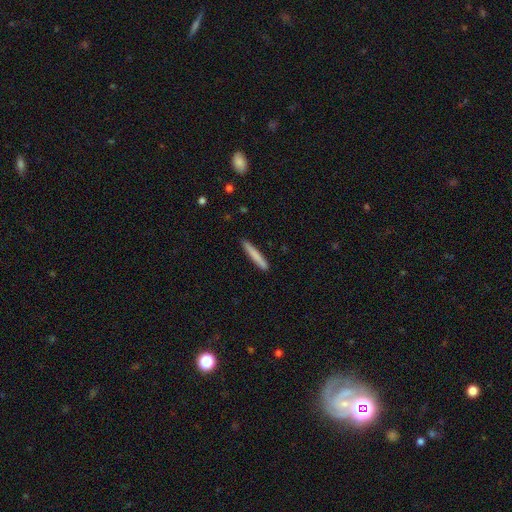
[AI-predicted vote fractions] Smooth or featured? Predicted: smooth (p=0.79). How rounded? Predicted: cigar-shaped (p=0.96). Merging? Predicted: none (p=0.90).